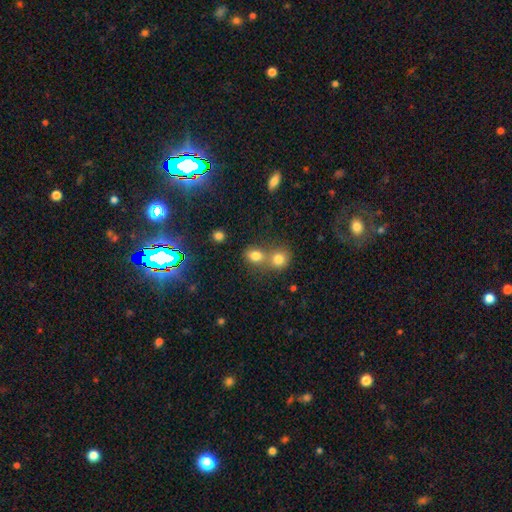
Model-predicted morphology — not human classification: Smooth or featured?
  - smooth: 77% *
  - star or artifact: 14%
  - featured or disk: 9%
How rounded?
  - in between: 50% *
  - round: 49%
  - cigar-shaped: 2%
Merging?
  - merger: 50% *
  - none: 38%
  - minor disturbance: 8%
  - major disturbance: 4%